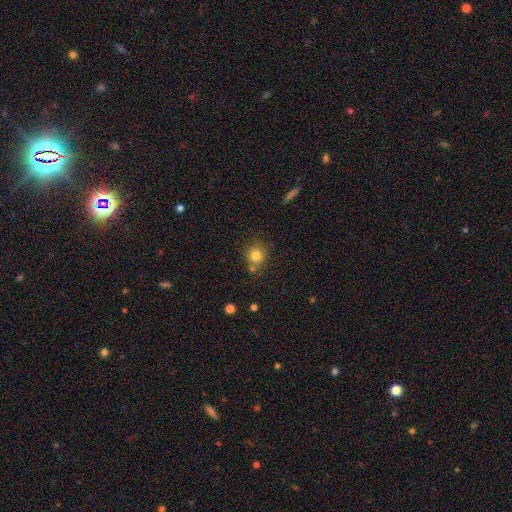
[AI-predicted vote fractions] Q: Smooth or featured?
A: smooth (79%); runner-up: star or artifact (12%)
Q: How rounded?
A: round (88%); runner-up: in between (11%)
Q: Merging?
A: none (70%); runner-up: merger (14%)